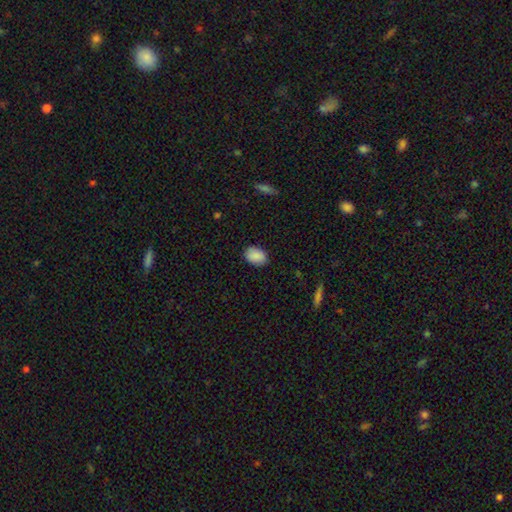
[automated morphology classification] type=smooth (89%); roundness=in between (82%); merging=none (86%).